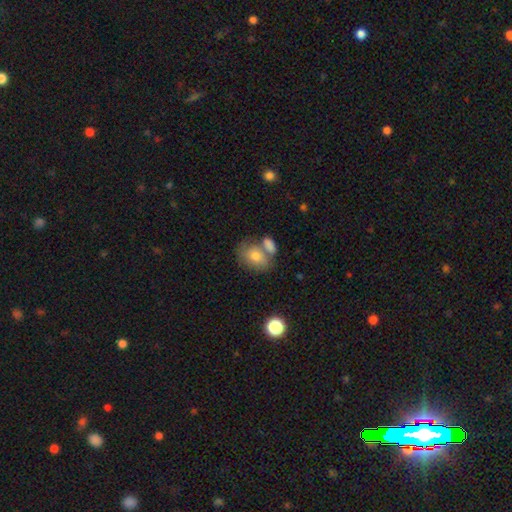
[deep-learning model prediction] Smooth or featured? smooth (74%)
How rounded? in between (67%)
Merging? none (44%)